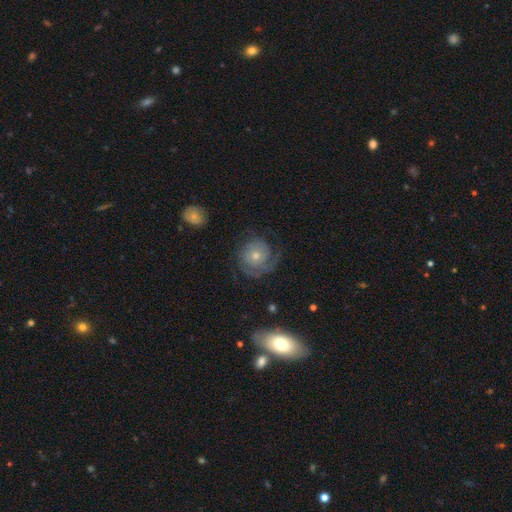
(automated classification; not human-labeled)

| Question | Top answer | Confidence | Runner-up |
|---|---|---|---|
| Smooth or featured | featured or disk | 73% | smooth (18%) |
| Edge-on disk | no | 97% | yes (3%) |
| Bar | no | 81% | weak (16%) |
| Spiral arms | yes | 91% | no (9%) |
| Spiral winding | tight | 68% | medium (24%) |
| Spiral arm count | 2 | 38% | can't tell (27%) |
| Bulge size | small | 48% | moderate (46%) |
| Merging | none | 69% | minor disturbance (17%) |